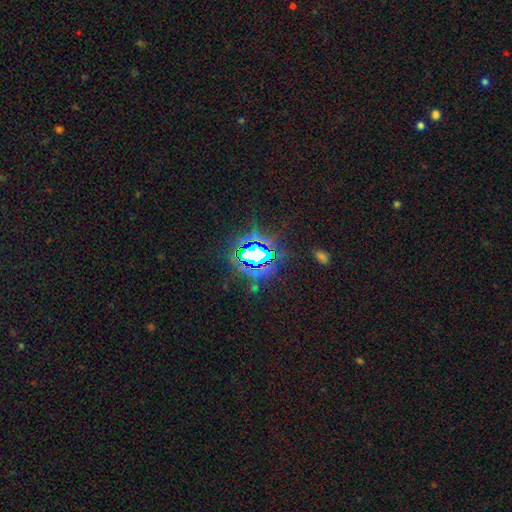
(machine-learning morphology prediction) star or artifact 76%, smooth 13%, featured or disk 11%.